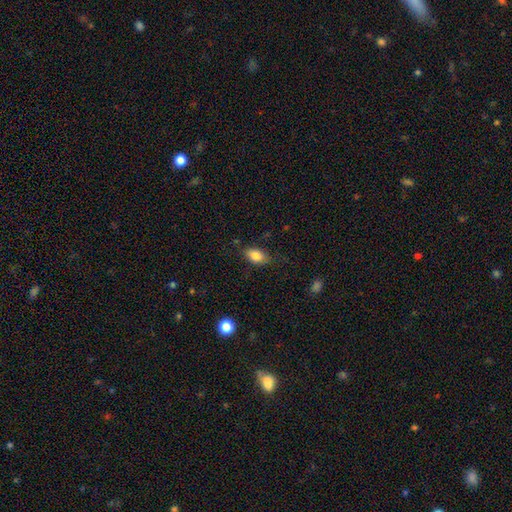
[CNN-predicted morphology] The model was most divided on "merging": none: 76%, minor disturbance: 18%, major disturbance: 4%, merger: 2%. More confident: how rounded — in between (87%); smooth or featured — smooth (83%).